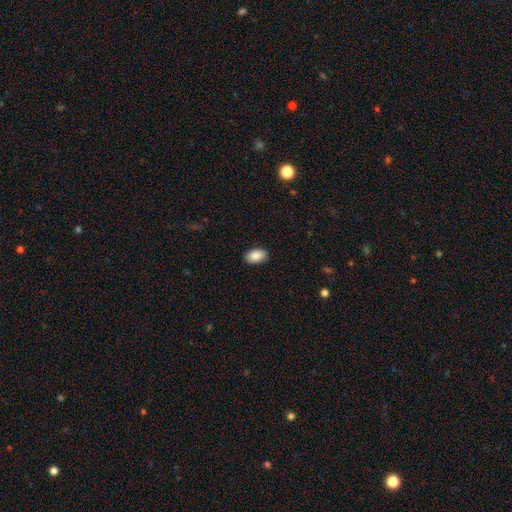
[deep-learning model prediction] Smooth or featured?
  - smooth: 88% *
  - star or artifact: 7%
  - featured or disk: 5%
How rounded?
  - in between: 92% *
  - round: 7%
  - cigar-shaped: 1%
Merging?
  - none: 88% *
  - minor disturbance: 9%
  - major disturbance: 2%
  - merger: 1%